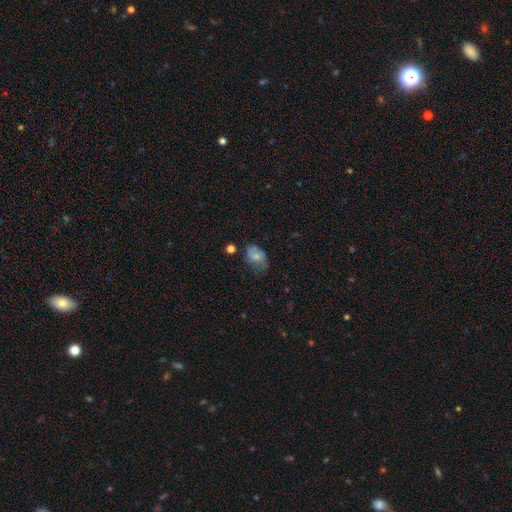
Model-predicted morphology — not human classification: smooth_or_featured: smooth (p=0.62) [alt: featured or disk p=0.29]
how_rounded: in between (p=0.77) [alt: round p=0.22]
merging: none (p=0.47) [alt: minor disturbance p=0.34]